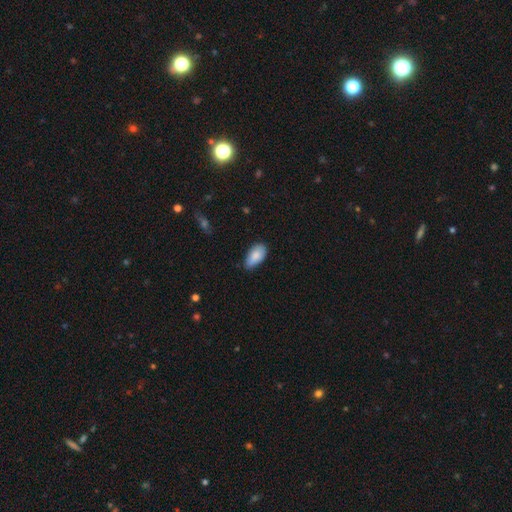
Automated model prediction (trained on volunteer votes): The model was most divided on "merging": none: 68%, minor disturbance: 27%, major disturbance: 3%, merger: 1%. More confident: how rounded — in between (94%); smooth or featured — smooth (86%).